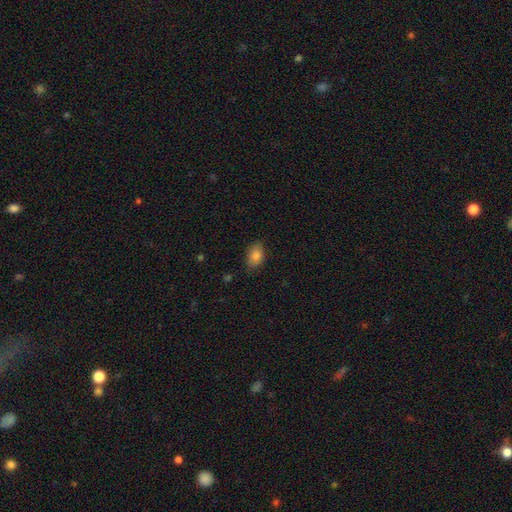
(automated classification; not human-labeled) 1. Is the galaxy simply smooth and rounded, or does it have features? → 84% smooth, 8% star or artifact, 8% featured or disk.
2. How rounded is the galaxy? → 86% in between, 13% round, 2% cigar-shaped.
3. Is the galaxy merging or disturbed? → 81% none, 15% minor disturbance, 3% major disturbance, 1% merger.